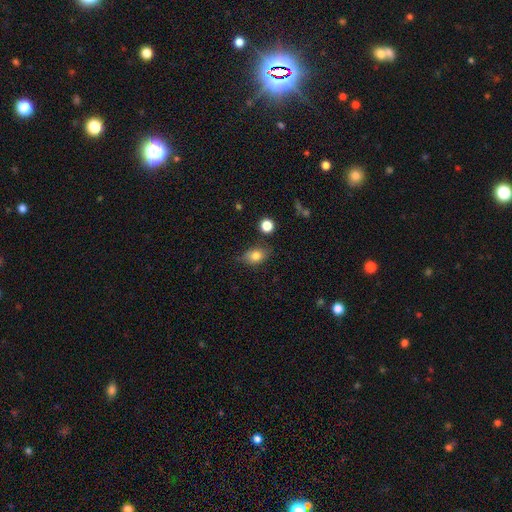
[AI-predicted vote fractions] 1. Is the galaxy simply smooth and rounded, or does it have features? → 79% smooth, 11% featured or disk, 10% star or artifact.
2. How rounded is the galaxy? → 75% in between, 23% round, 2% cigar-shaped.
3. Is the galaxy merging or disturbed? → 73% none, 19% minor disturbance, 4% major disturbance, 3% merger.